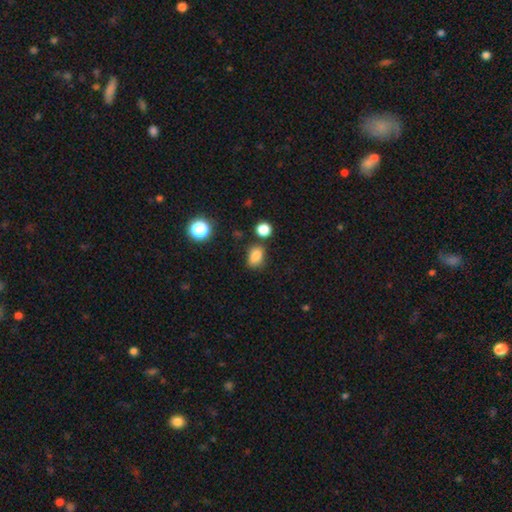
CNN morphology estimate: Q: Smooth or featured?
A: smooth (83%); runner-up: star or artifact (12%)
Q: How rounded?
A: in between (72%); runner-up: round (26%)
Q: Merging?
A: none (71%); runner-up: minor disturbance (17%)